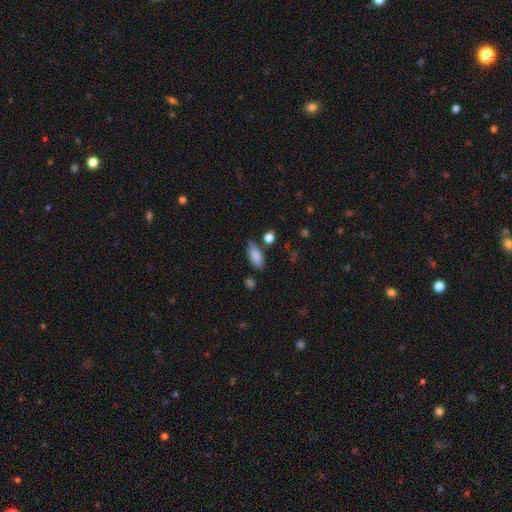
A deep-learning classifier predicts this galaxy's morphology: Overall: smooth (85%). How rounded: in between (80%). Merging: none (75%).